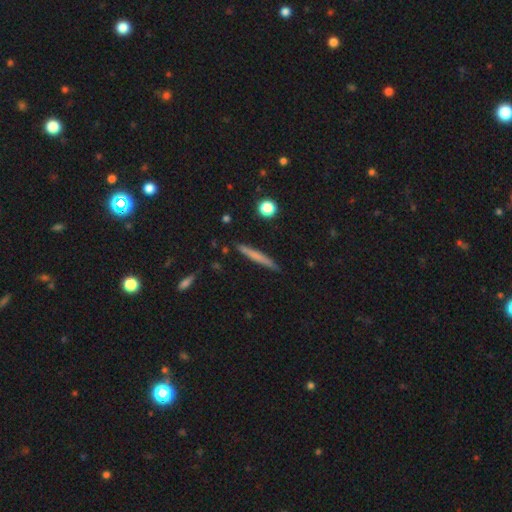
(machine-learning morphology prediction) Q: Smooth or featured?
A: smooth (61%); runner-up: featured or disk (32%)
Q: How rounded?
A: cigar-shaped (96%); runner-up: in between (3%)
Q: Merging?
A: none (89%); runner-up: minor disturbance (8%)